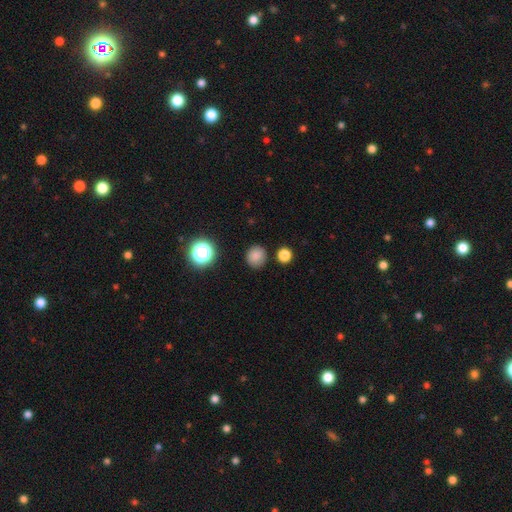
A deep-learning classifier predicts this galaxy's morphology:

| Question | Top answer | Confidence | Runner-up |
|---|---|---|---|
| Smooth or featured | smooth | 82% | star or artifact (14%) |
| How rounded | round | 87% | in between (12%) |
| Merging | none | 86% | minor disturbance (9%) |